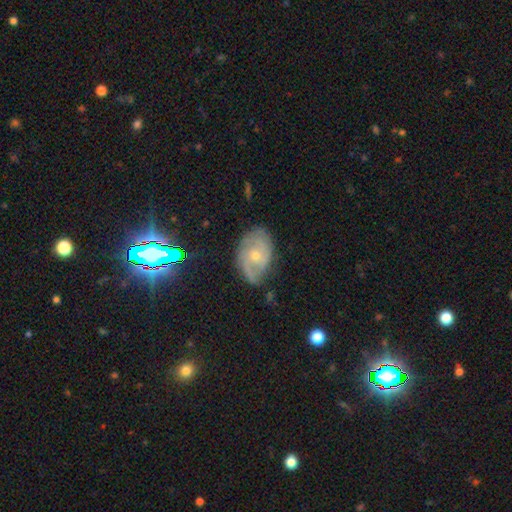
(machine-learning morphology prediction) featured or disk 73%, smooth 16%, star or artifact 11%. Down the decision tree: edge-on disk — no (96%); bar — no (70%); spiral arms — yes (91%); spiral arm count — 2 (45%); spiral winding — tight (48%); bulge size — small (62%); merging — none (67%).